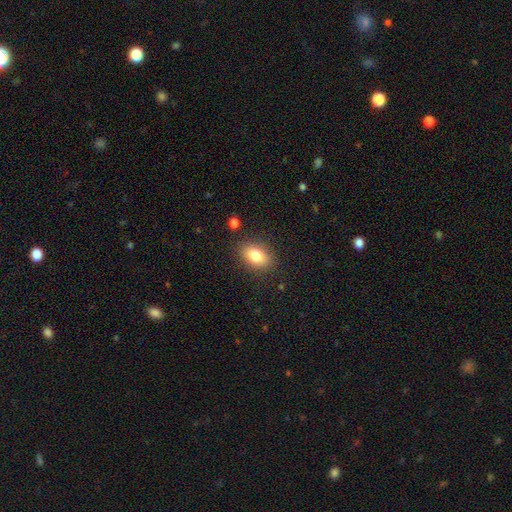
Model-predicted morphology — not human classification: type=smooth (81%); roundness=in between (83%); merging=none (85%).